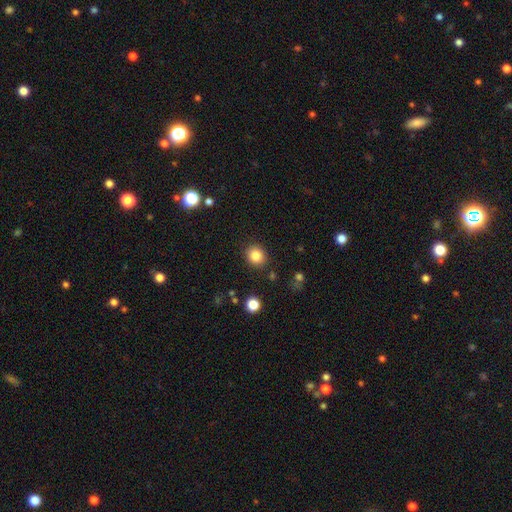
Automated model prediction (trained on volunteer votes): Smooth or featured: smooth — 84% (star or artifact — 11%)
How rounded: round — 79% (in between — 20%)
Merging: none — 88% (minor disturbance — 7%)